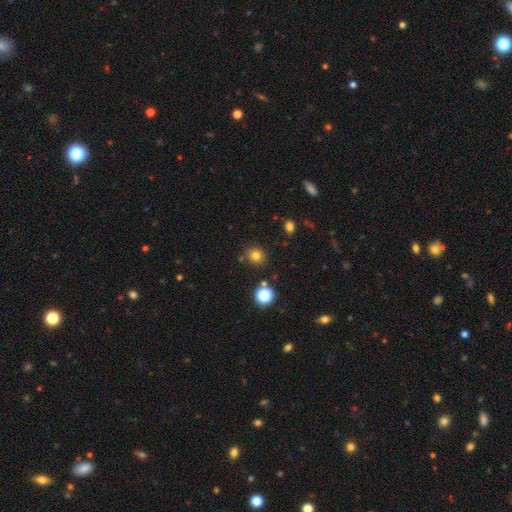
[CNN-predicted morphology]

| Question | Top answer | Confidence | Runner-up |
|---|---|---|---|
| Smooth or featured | smooth | 77% | star or artifact (17%) |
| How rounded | round | 86% | in between (13%) |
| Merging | none | 83% | minor disturbance (9%) |